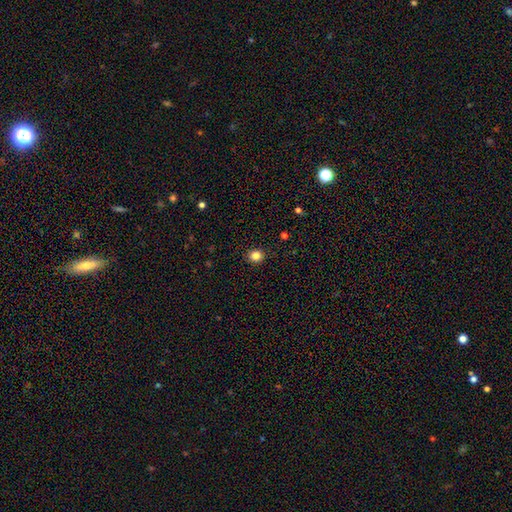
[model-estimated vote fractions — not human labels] Smooth or featured? smooth (84%)
How rounded? round (83%)
Merging? none (91%)